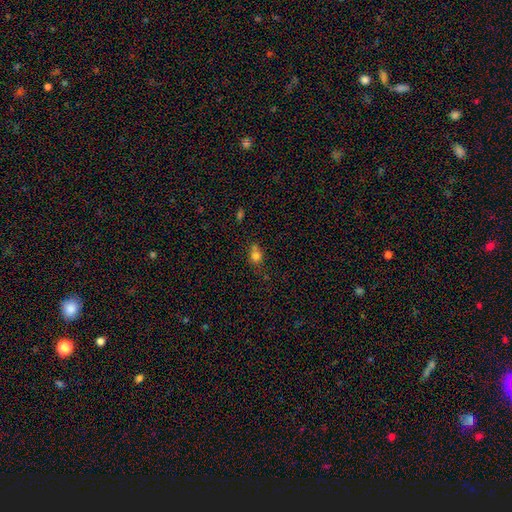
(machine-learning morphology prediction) Q: Smooth or featured?
A: smooth (76%); runner-up: star or artifact (14%)
Q: How rounded?
A: round (67%); runner-up: in between (31%)
Q: Merging?
A: none (45%); runner-up: merger (33%)